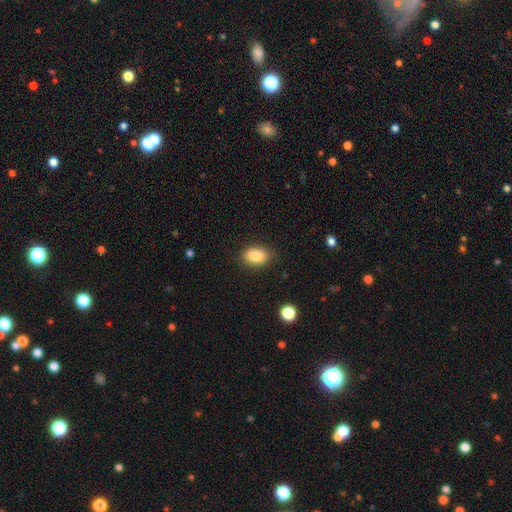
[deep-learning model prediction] This is clearly a smooth galaxy (86%). How rounded: clearly in between (85%). Merging: clearly none (83%).